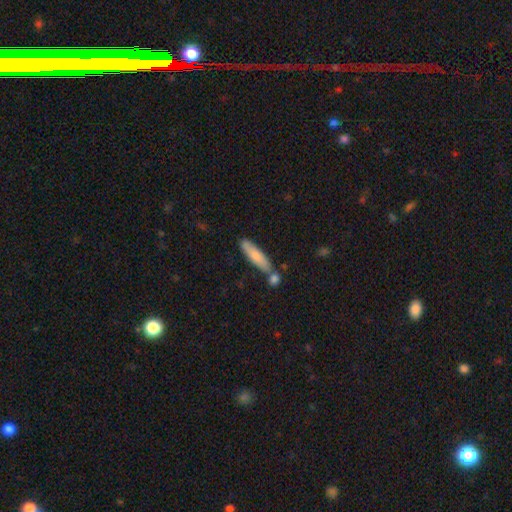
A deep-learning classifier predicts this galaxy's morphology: Smooth or featured?
  - smooth: 77% *
  - featured or disk: 18%
  - star or artifact: 6%
How rounded?
  - cigar-shaped: 77% *
  - in between: 22%
  - round: 2%
Merging?
  - none: 65% *
  - merger: 17%
  - minor disturbance: 14%
  - major disturbance: 3%